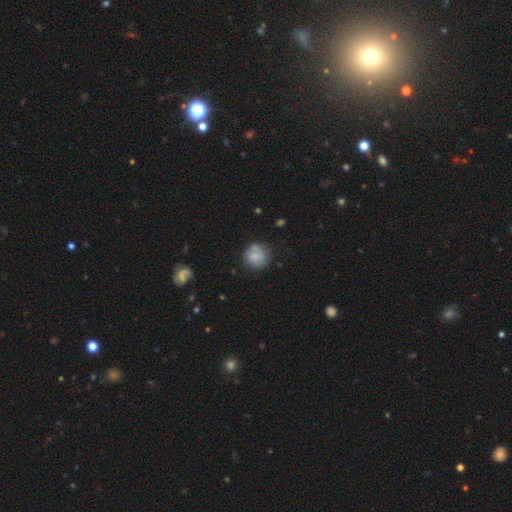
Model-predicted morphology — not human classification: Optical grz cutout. It shows a smooth galaxy with no disk features (73%) that is round (88%). Merging: none (67%).